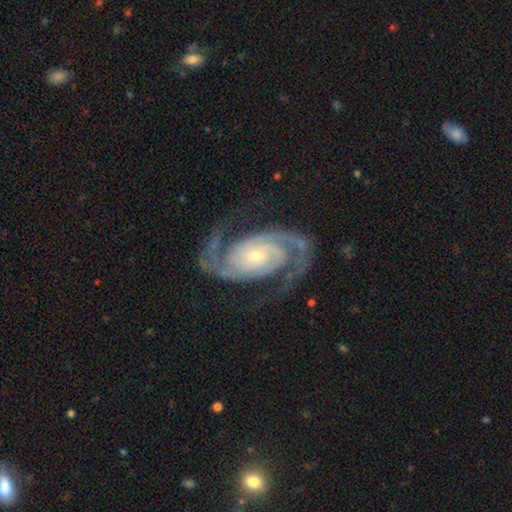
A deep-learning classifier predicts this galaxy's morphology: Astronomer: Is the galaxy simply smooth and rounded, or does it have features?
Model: featured or disk — 94%.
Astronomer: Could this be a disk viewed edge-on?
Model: no — 98%.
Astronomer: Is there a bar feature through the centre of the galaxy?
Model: no — 67%.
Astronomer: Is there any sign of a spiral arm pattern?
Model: yes — 99%.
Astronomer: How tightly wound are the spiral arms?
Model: medium — 49% (runner-up: tight, 41%).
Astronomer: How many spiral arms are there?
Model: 2 — 93%.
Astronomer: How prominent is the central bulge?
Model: small — 70%.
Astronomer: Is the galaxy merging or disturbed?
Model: none — 79%.